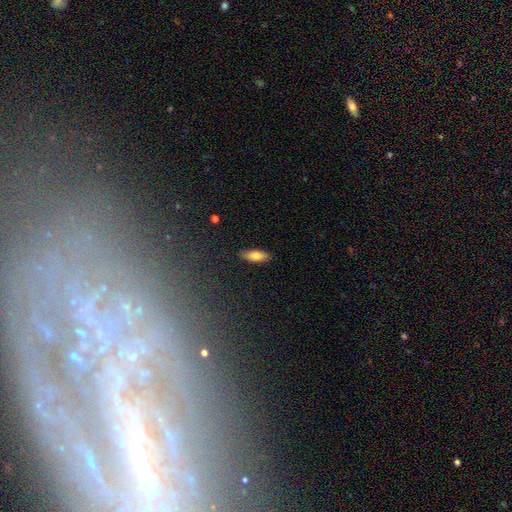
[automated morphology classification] Smooth or featured? smooth (78%)
How rounded? in between (73%)
Merging? none (88%)